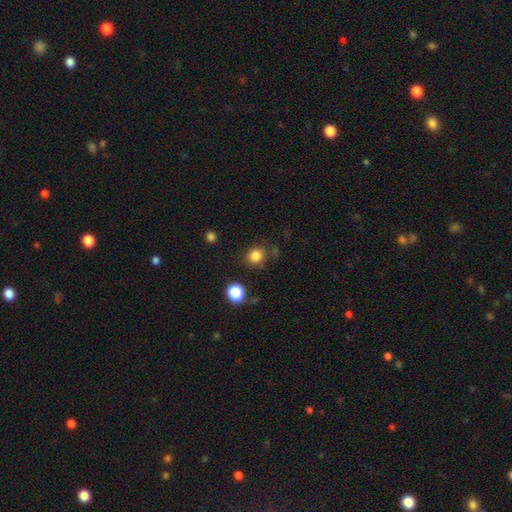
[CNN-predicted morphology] smooth-or-featured: smooth: 83% | star or artifact: 13% | featured or disk: 4%
  how-rounded: round: 87% | in between: 12% | cigar-shaped: 1%
  merging: none: 81% | minor disturbance: 11% | merger: 4% | major disturbance: 4%